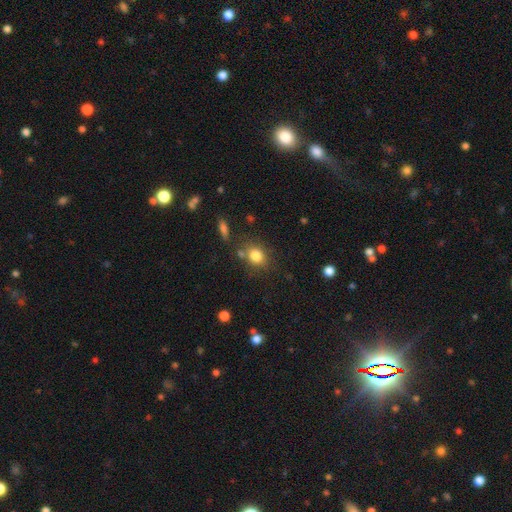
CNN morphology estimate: A smooth galaxy with no disk features (81%) that is round (55%). Merging: none (70%).